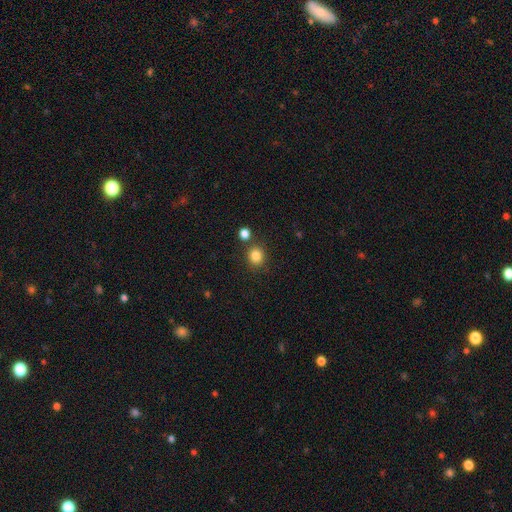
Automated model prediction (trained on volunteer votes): Smooth or featured? Predicted: smooth (p=0.84). How rounded? Predicted: round (p=0.81). Merging? Predicted: none (p=0.79).